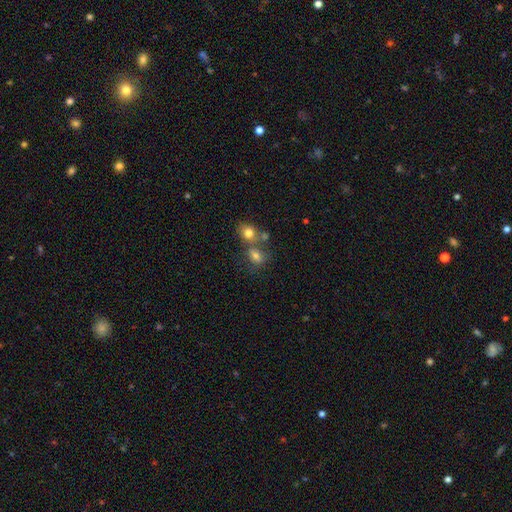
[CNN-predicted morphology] This appears to be a smooth galaxy with no disk features (71%) that is in between round and cigar-shaped (55%). Merging: none (43%).